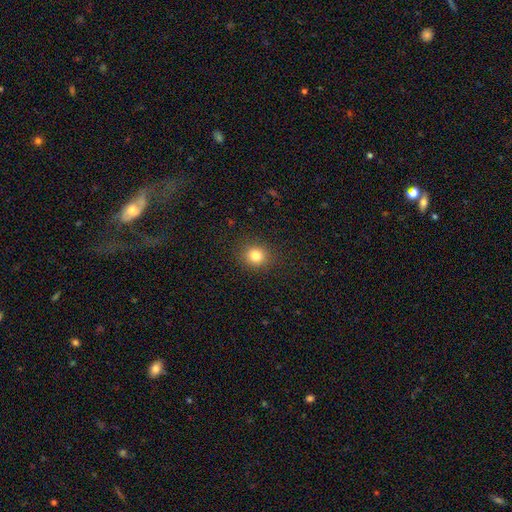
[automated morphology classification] Smooth or featured? Predicted: smooth (p=0.81). How rounded? Predicted: round (p=0.83). Merging? Predicted: none (p=0.89).